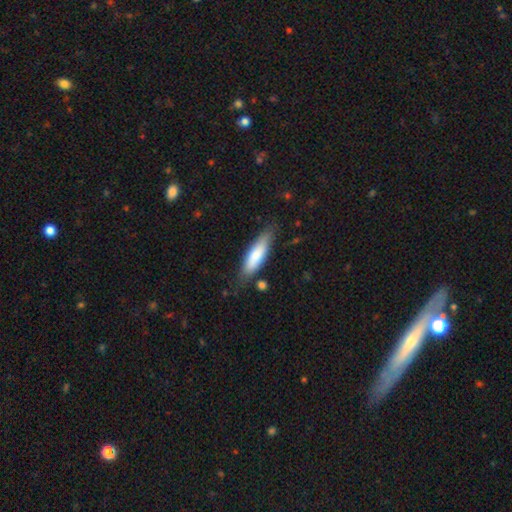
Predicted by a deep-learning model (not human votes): Q: Smooth or featured?
A: smooth (76%); runner-up: featured or disk (19%)
Q: How rounded?
A: cigar-shaped (54%); runner-up: in between (45%)
Q: Merging?
A: none (76%); runner-up: minor disturbance (17%)